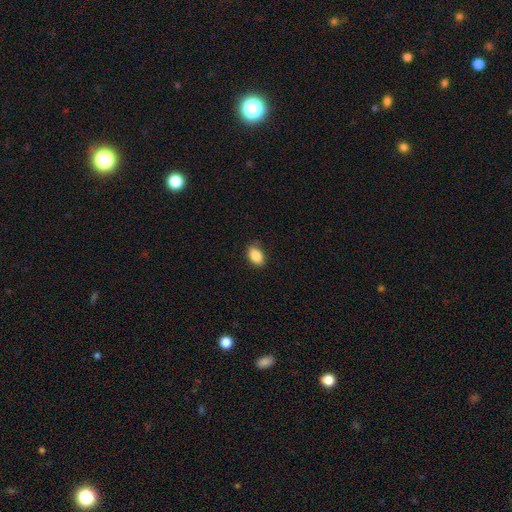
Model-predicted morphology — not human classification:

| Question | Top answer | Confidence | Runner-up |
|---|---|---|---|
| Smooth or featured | smooth | 87% | star or artifact (8%) |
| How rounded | in between | 87% | round (11%) |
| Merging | none | 82% | minor disturbance (14%) |